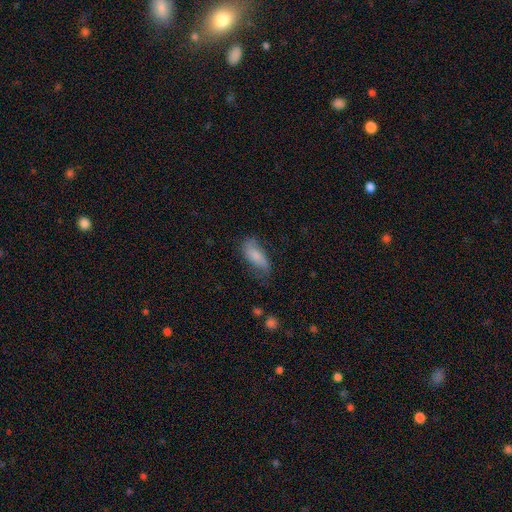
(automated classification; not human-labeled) smooth 74%, featured or disk 19%, star or artifact 7%. Down the decision tree: how rounded — in between (80%); merging — none (58%).